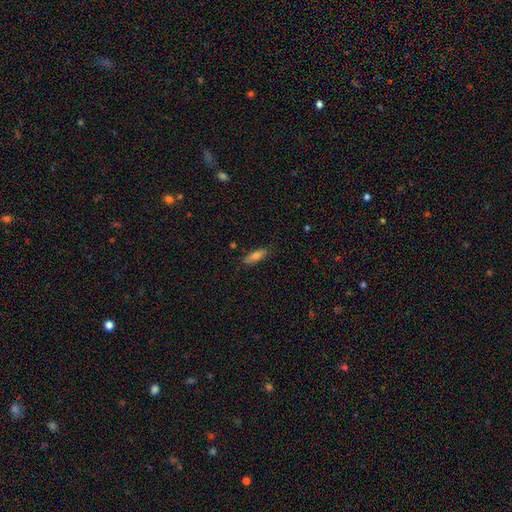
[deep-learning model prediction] This appears to be a smooth galaxy with no disk features (74%) that is in between round and cigar-shaped (50%). Merging: none (84%).